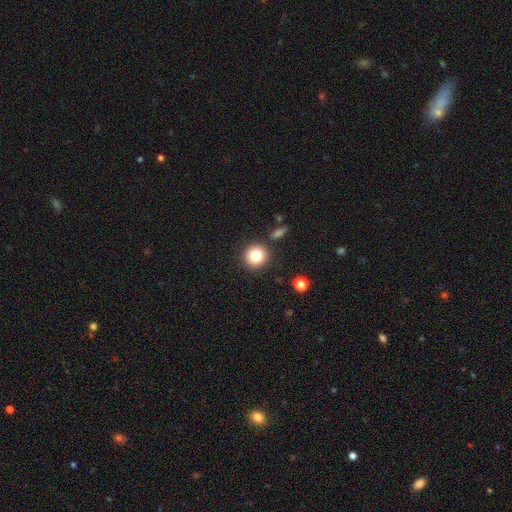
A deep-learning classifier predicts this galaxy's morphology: This is clearly a smooth galaxy (83%). How rounded: clearly round (92%). Merging: clearly none (86%).